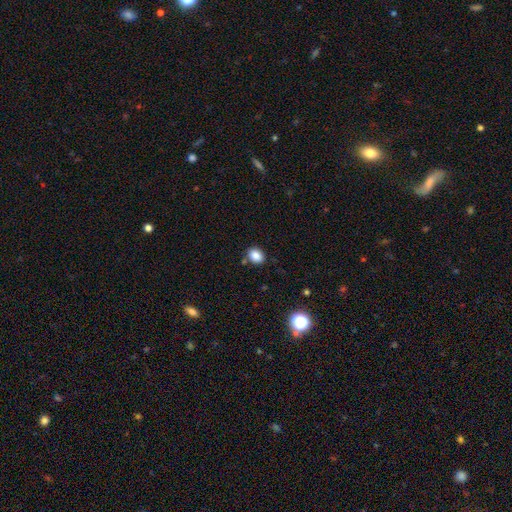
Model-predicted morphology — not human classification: This appears to be a smooth galaxy with no disk features (85%) that is in between round and cigar-shaped (58%). Merging: none (80%).